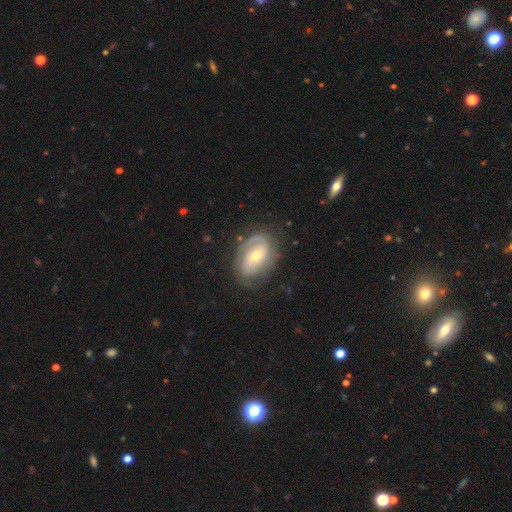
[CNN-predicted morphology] Overall: featured or disk (75%). Edge-on disk: no (95%). Bar: weak (41%, tied with no). Spiral arms: yes (86%). Spiral arm count: 2 (51%; can't tell 24%). Spiral winding: tight (52%; medium 33%). Bulge size: moderate (53%; small 43%). Merging: none (71%).